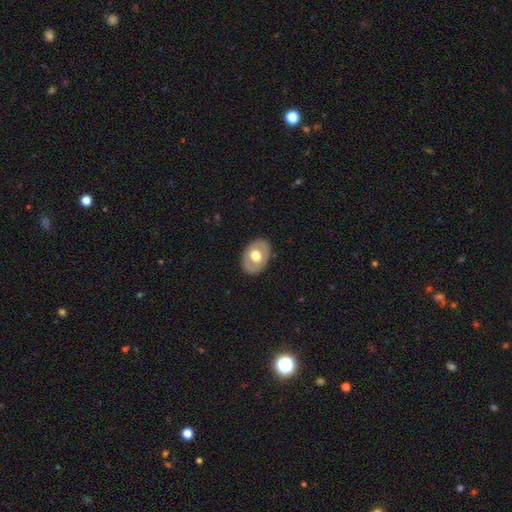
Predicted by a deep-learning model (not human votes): A smooth galaxy with no disk features (54%) that is in between round and cigar-shaped (75%).

Vote fractions:
- Smooth or featured? smooth: 54% / featured or disk: 41% / star or artifact: 6%
- How rounded? in between: 75% / round: 24% / cigar-shaped: 1%
- Merging? none: 85% / minor disturbance: 11% / major disturbance: 3% / merger: 1%